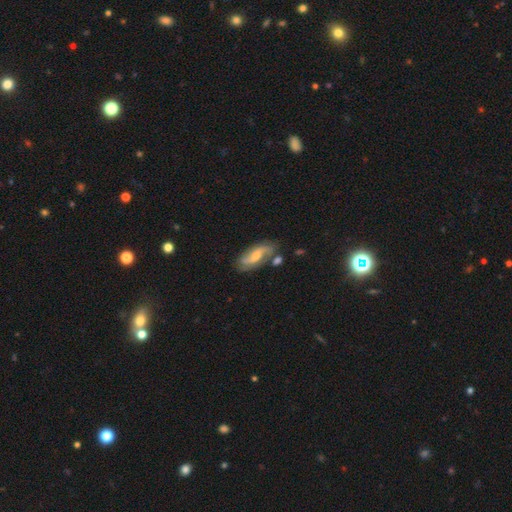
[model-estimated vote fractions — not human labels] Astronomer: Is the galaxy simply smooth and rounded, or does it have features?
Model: featured or disk — 68%.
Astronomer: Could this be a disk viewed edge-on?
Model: no — 90%.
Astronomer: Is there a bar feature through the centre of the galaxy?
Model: weak — 46% (runner-up: no, 39%).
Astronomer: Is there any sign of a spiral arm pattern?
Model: yes — 92%.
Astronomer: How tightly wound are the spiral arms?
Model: loose — 58%.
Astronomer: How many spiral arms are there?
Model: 2 — 86%.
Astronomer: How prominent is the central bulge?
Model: moderate — 49% (runner-up: small, 38%).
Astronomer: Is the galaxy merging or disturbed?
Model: none — 66%.